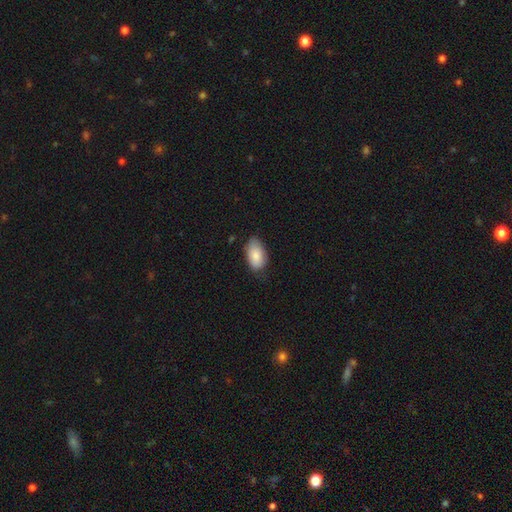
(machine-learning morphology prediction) Smooth or featured?
  - smooth: 85% *
  - featured or disk: 9%
  - star or artifact: 6%
How rounded?
  - in between: 94% *
  - round: 4%
  - cigar-shaped: 2%
Merging?
  - none: 67% *
  - minor disturbance: 28%
  - major disturbance: 5%
  - merger: 1%